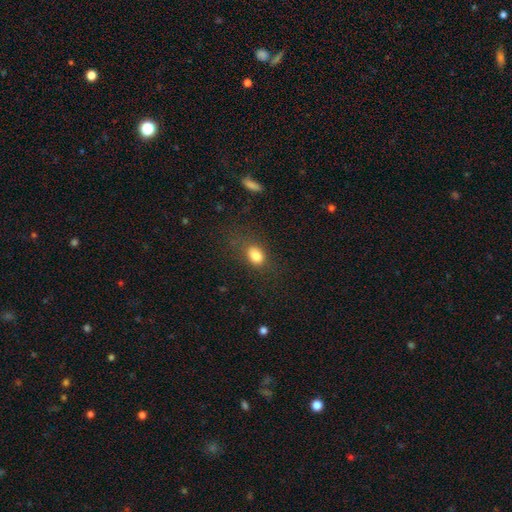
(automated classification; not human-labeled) Q: Smooth or featured?
A: smooth (82%); runner-up: star or artifact (11%)
Q: How rounded?
A: in between (76%); runner-up: round (22%)
Q: Merging?
A: none (68%); runner-up: minor disturbance (18%)